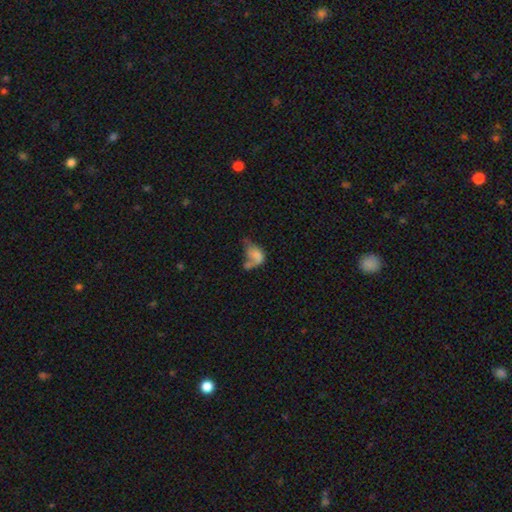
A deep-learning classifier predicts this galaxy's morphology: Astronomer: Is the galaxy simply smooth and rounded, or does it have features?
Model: smooth — 62%.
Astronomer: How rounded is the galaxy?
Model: in between — 83%.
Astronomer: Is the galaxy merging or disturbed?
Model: major disturbance — 34%, tied with merger at 34%.